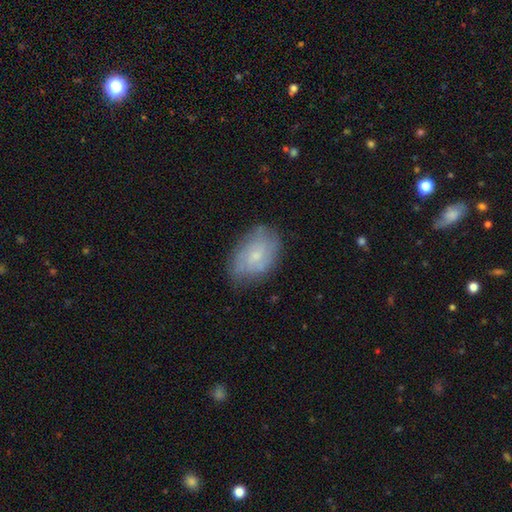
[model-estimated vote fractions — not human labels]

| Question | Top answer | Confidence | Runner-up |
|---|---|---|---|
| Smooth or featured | featured or disk | 51% | smooth (41%) |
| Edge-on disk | no | 95% | yes (5%) |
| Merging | none | 70% | minor disturbance (22%) |